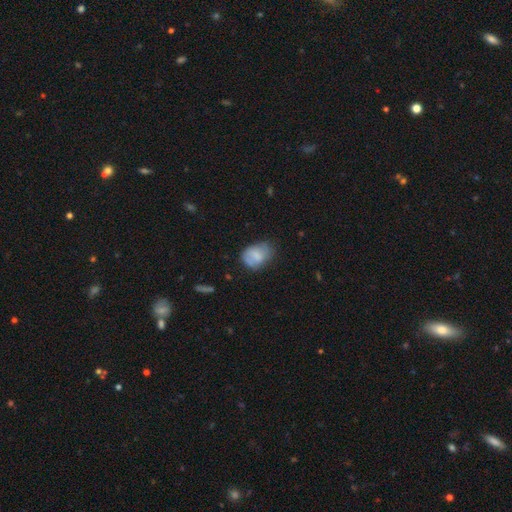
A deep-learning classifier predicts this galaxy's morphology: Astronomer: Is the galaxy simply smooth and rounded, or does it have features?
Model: smooth — 71%.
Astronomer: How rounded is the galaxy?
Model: in between — 69%.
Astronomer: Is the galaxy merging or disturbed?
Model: none — 49% (runner-up: minor disturbance, 34%).